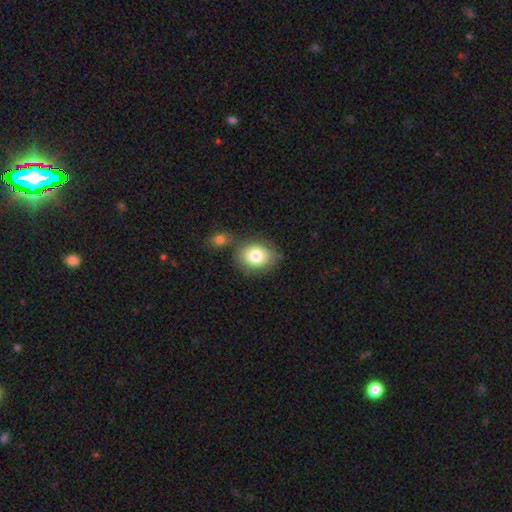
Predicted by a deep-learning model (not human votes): This is likely a smooth galaxy (78%). How rounded: possibly round (55%). Merging: likely none (65%).